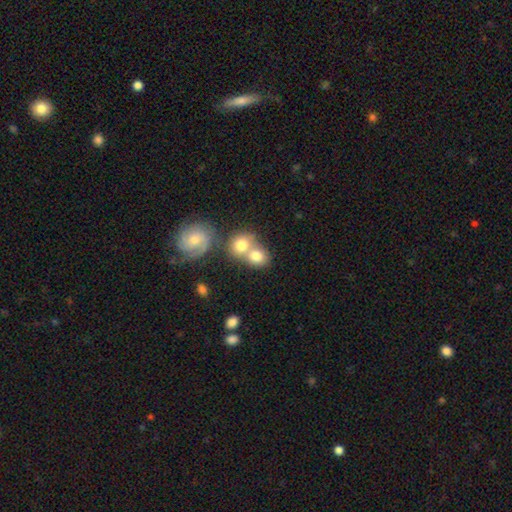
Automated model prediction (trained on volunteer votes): Smooth or featured: smooth — 72% (featured or disk — 19%)
How rounded: round — 66% (in between — 32%)
Merging: merger — 58% (none — 31%)